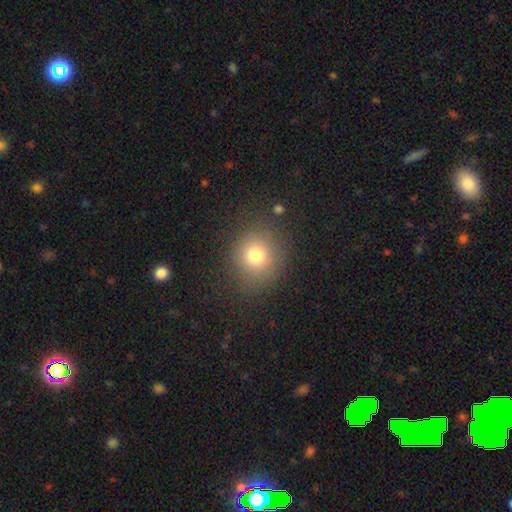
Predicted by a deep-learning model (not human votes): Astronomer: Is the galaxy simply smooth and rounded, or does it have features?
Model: smooth — 75%.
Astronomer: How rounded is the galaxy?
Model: round — 85%.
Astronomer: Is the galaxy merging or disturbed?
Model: none — 84%.